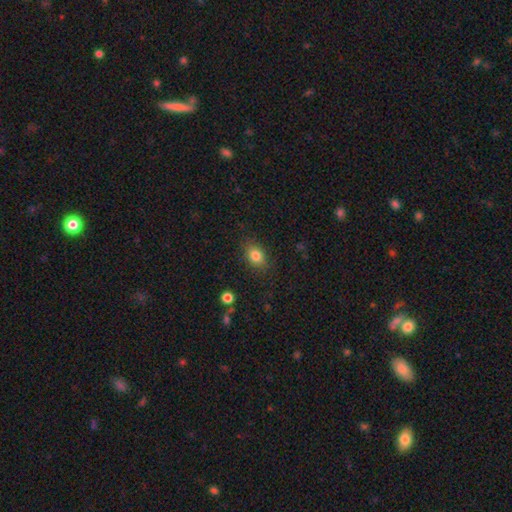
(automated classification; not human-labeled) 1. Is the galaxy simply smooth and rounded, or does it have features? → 82% smooth, 10% star or artifact, 8% featured or disk.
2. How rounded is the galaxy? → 69% in between, 30% round, 2% cigar-shaped.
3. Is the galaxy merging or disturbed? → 83% none, 12% minor disturbance, 4% major disturbance, 1% merger.